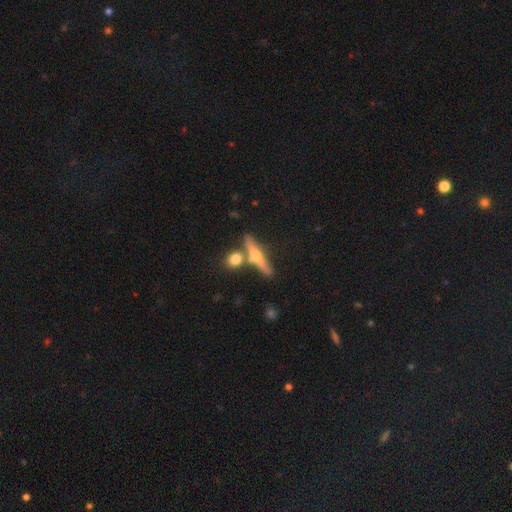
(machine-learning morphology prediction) Smooth or featured: featured or disk — 55% (smooth — 38%)
Edge-on disk: yes — 92% (no — 8%)
Edge-on bulge: rounded — 85% (none — 11%)
Merging: none — 66% (merger — 20%)